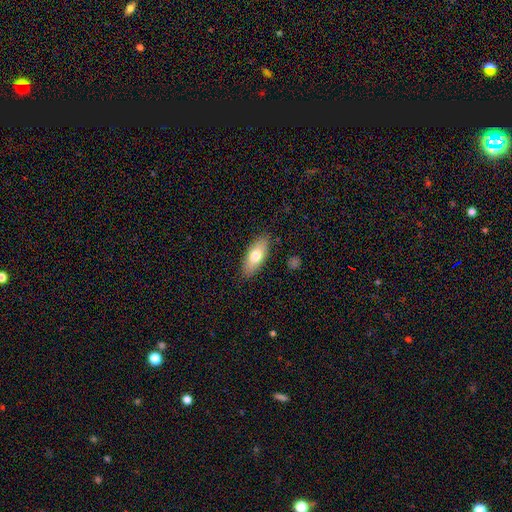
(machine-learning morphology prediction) type=smooth (72%); roundness=in between (78%); merging=none (87%).